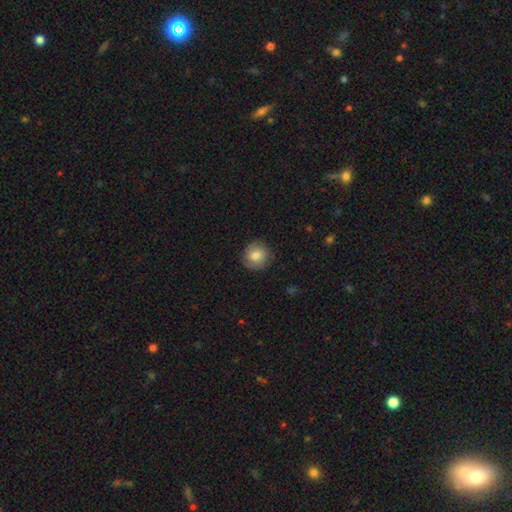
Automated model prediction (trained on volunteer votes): smooth 73%, featured or disk 19%, star or artifact 8%. Down the decision tree: how rounded — round (91%); merging — none (83%).